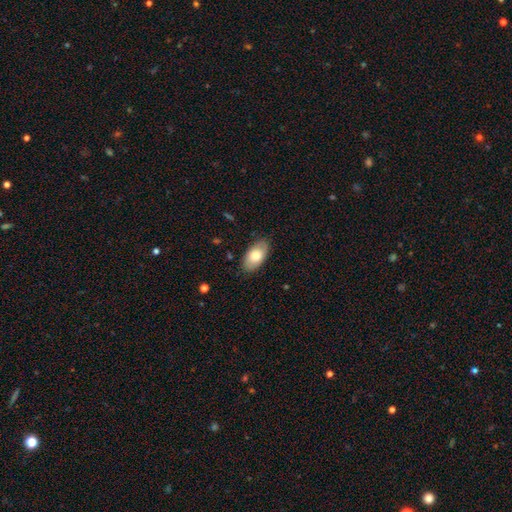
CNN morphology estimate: Smooth or featured? smooth (74%)
How rounded? in between (94%)
Merging? none (85%)